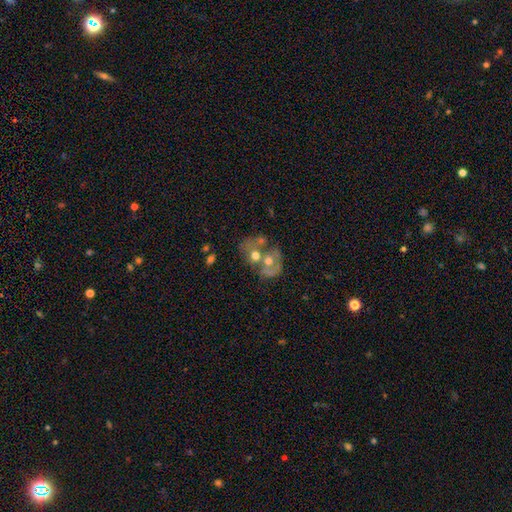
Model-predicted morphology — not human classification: smooth-or-featured: smooth: 49% | featured or disk: 41% | star or artifact: 10%
  merging: merger: 64% | none: 18% | major disturbance: 9% | minor disturbance: 9%